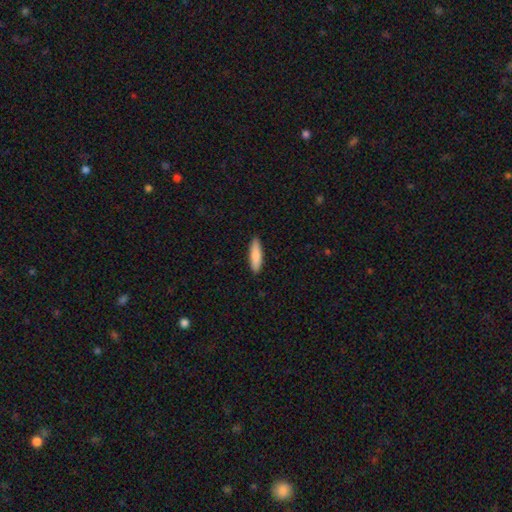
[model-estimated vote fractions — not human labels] This appears to be a smooth galaxy with no disk features (85%) that is cigar-shaped (66%). Merging: none (90%).